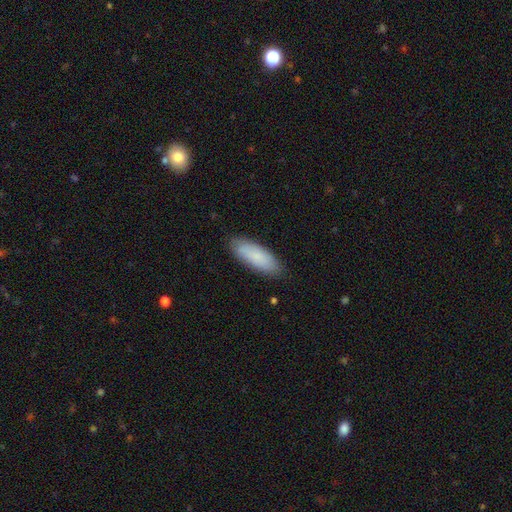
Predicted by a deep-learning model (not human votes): smooth-or-featured: smooth: 83% | featured or disk: 11% | star or artifact: 7%
  how-rounded: in between: 62% | cigar-shaped: 36% | round: 2%
  merging: none: 86% | minor disturbance: 11% | major disturbance: 2% | merger: 1%